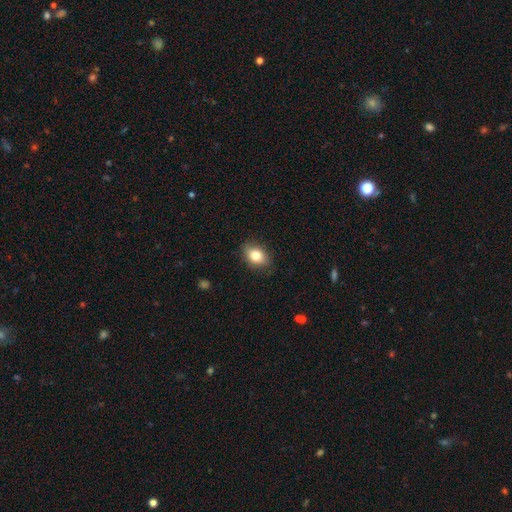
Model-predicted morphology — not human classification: smooth_or_featured: smooth (p=0.81) [alt: featured or disk p=0.11]
how_rounded: in between (p=0.79) [alt: round p=0.20]
merging: none (p=0.82) [alt: minor disturbance p=0.14]